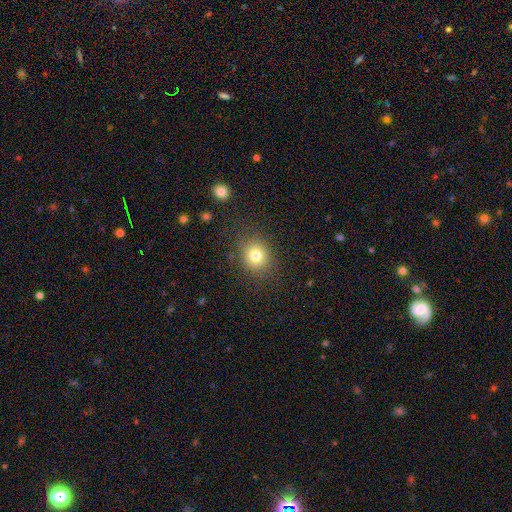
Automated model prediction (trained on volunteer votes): Smooth or featured? Predicted: smooth (p=0.79). How rounded? Predicted: round (p=0.76). Merging? Predicted: none (p=0.84).